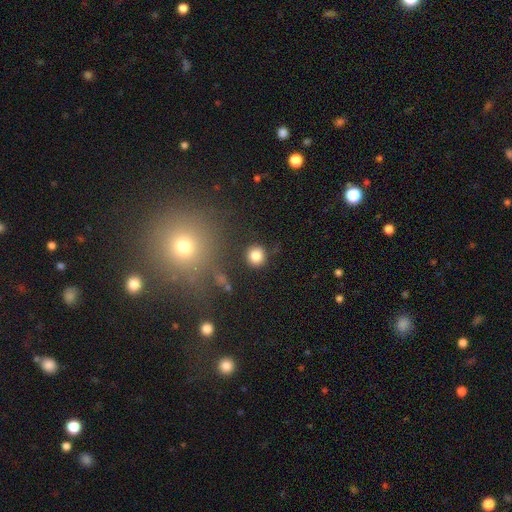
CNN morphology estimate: Q: Smooth or featured?
A: smooth (83%); runner-up: star or artifact (11%)
Q: How rounded?
A: round (90%); runner-up: in between (9%)
Q: Merging?
A: none (86%); runner-up: minor disturbance (8%)